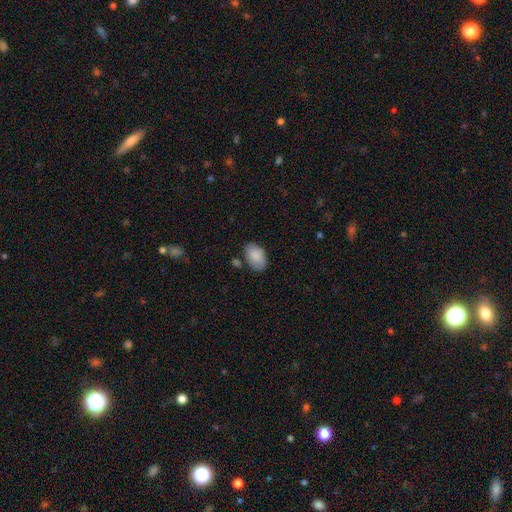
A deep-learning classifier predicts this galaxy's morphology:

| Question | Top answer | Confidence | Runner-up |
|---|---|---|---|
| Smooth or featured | smooth | 84% | featured or disk (10%) |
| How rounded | in between | 92% | round (7%) |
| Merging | none | 74% | minor disturbance (18%) |